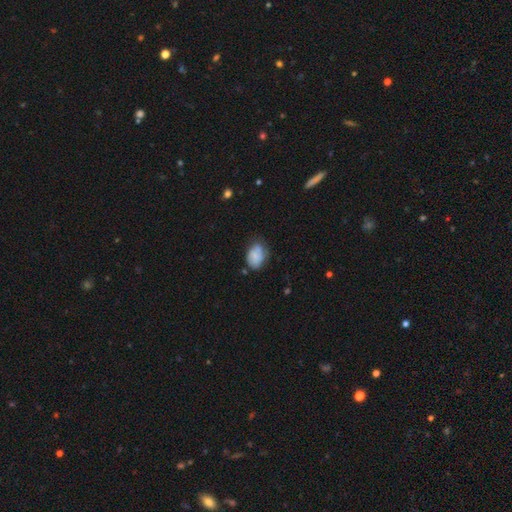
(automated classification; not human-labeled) Smooth or featured? Predicted: smooth (p=0.66). How rounded? Predicted: in between (p=0.77). Merging? Predicted: none (p=0.50).